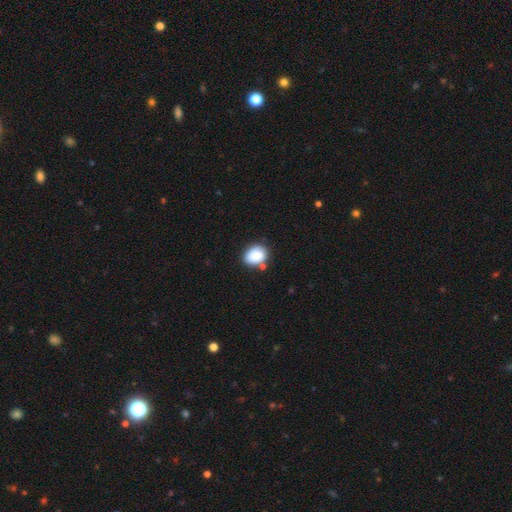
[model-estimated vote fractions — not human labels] smooth 87%, star or artifact 8%, featured or disk 5%. Down the decision tree: how rounded — in between (59%); merging — none (71%).